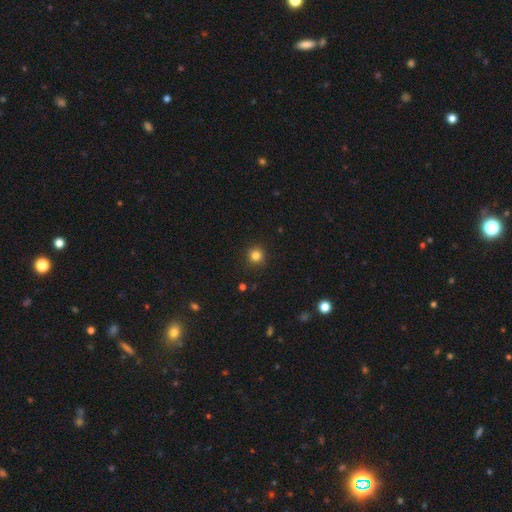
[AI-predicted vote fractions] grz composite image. It shows a smooth galaxy with no disk features (82%) that is round (94%). Merging: none (89%).